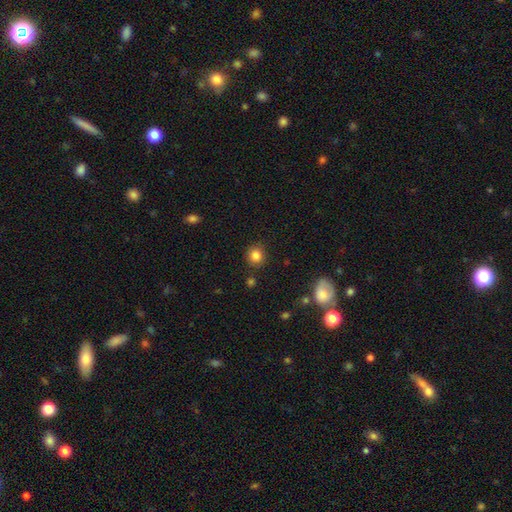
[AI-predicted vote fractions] Smooth or featured?
  - smooth: 84% *
  - star or artifact: 11%
  - featured or disk: 5%
How rounded?
  - round: 84% *
  - in between: 15%
  - cigar-shaped: 1%
Merging?
  - none: 85% *
  - minor disturbance: 9%
  - major disturbance: 3%
  - merger: 3%